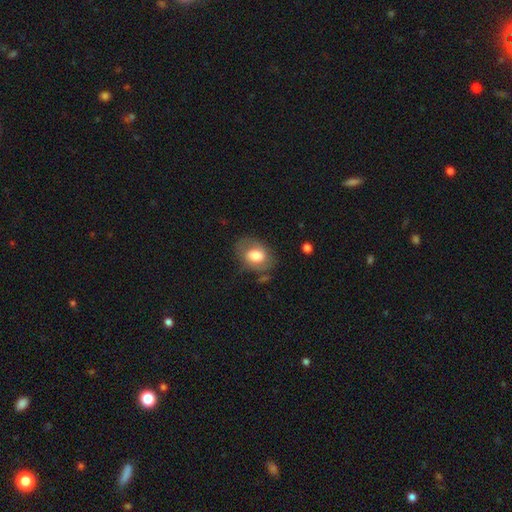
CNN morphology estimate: Overall: smooth (68%). How rounded: in between (68%; round 31%). Merging: none (65%).